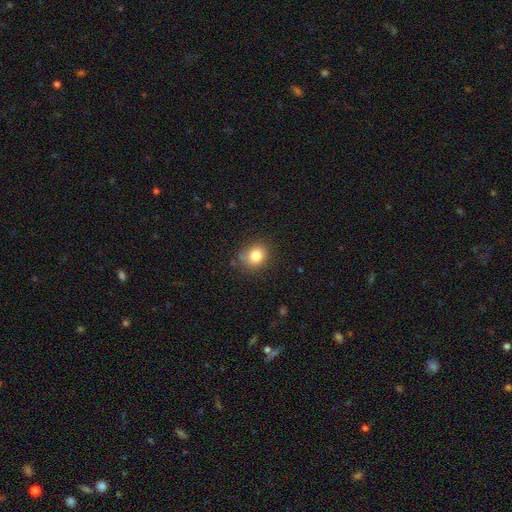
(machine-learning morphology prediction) A smooth galaxy with no disk features (81%) that is round (67%).

Vote fractions:
- Smooth or featured? smooth: 81% / star or artifact: 11% / featured or disk: 8%
- How rounded? round: 67% / in between: 32% / cigar-shaped: 1%
- Merging? none: 75% / minor disturbance: 18% / major disturbance: 4% / merger: 2%